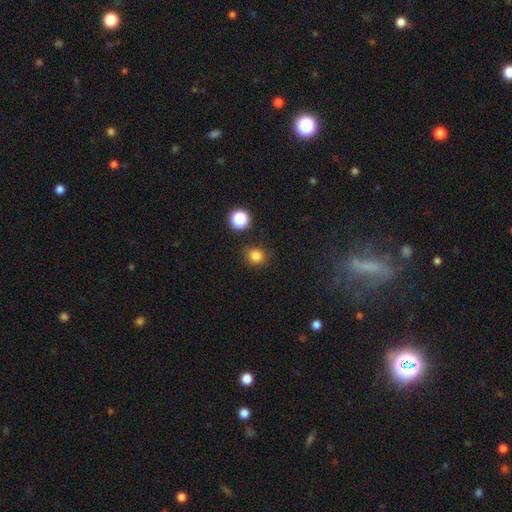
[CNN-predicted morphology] The model was most divided on "smooth or featured": smooth: 82%, star or artifact: 14%, featured or disk: 4%. More confident: how rounded — round (87%); merging — none (84%).